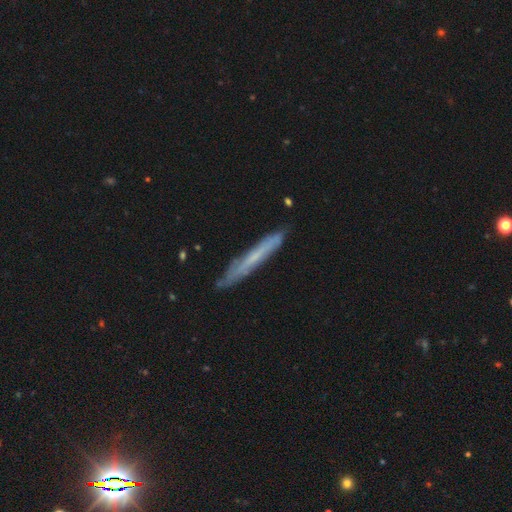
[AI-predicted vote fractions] Overall: featured or disk (49%; smooth 44%). Merging: none (85%).